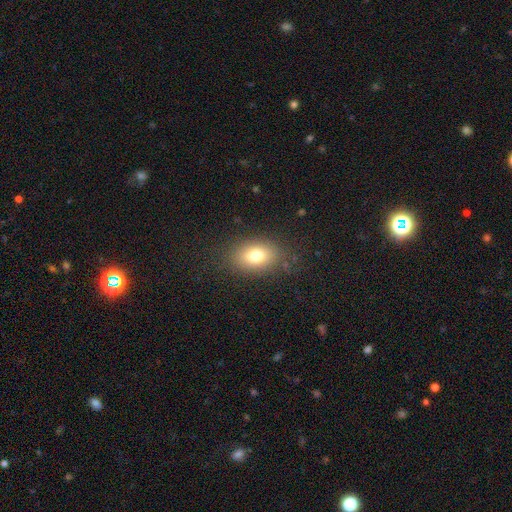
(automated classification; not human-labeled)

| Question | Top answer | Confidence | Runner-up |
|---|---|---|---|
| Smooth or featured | smooth | 77% | featured or disk (12%) |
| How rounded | in between | 79% | round (20%) |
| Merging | none | 82% | minor disturbance (12%) |